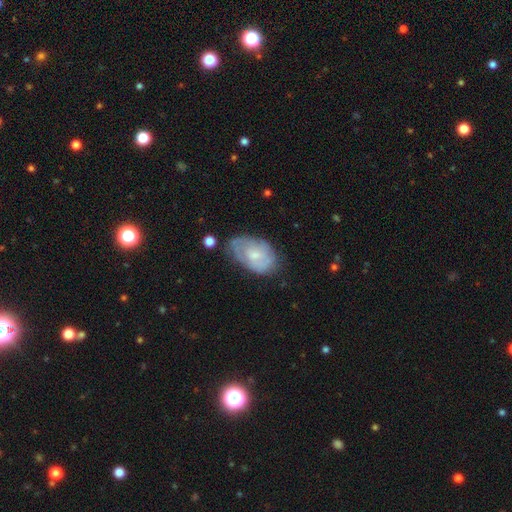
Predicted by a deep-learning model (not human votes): A featured or disk galaxy (53%) with no bar (70%), spiral arms (64%) and a small central bulge (52%). Merging: none (56%).